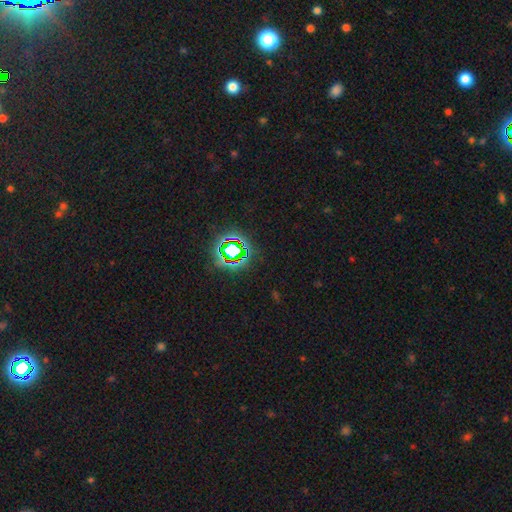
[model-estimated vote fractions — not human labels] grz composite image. It shows a star or artifact, not a galaxy (76%).